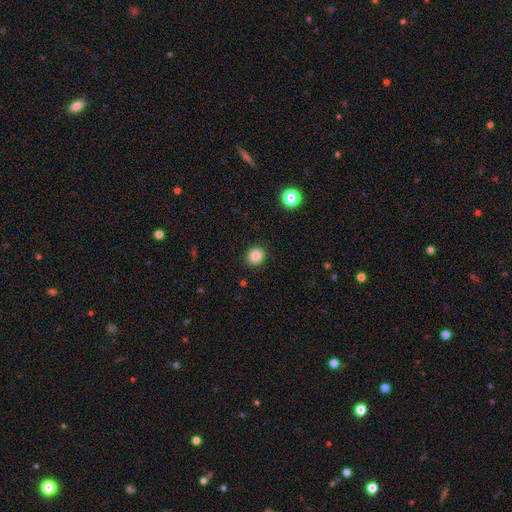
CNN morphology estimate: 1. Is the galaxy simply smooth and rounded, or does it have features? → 86% smooth, 10% star or artifact, 4% featured or disk.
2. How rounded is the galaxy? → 83% round, 16% in between, 1% cigar-shaped.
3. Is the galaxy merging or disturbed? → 91% none, 6% minor disturbance, 2% major disturbance, 1% merger.